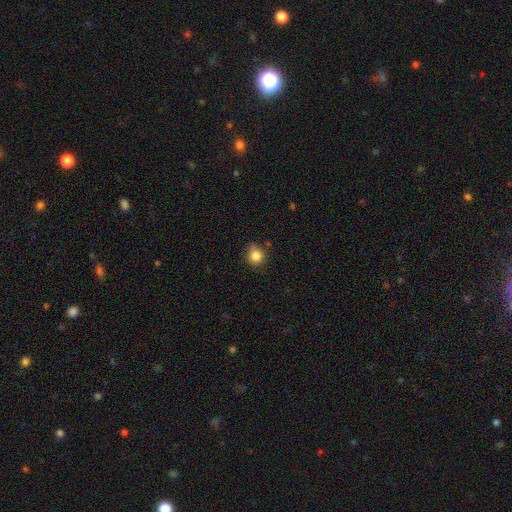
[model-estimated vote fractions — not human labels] Smooth or featured? smooth (83%)
How rounded? round (87%)
Merging? none (76%)